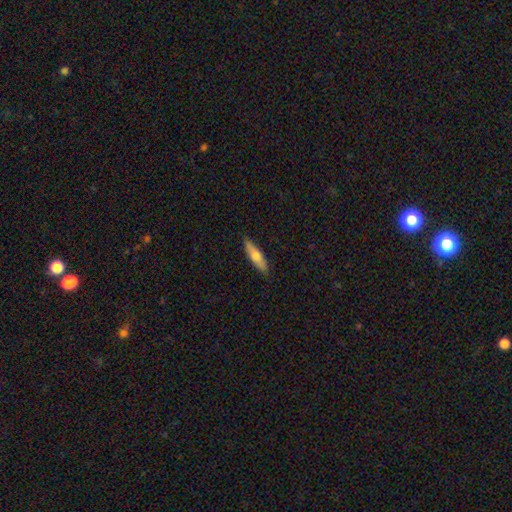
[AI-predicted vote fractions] Morphology: type=smooth (64%); roundness=cigar-shaped (65%); merging=none (88%).